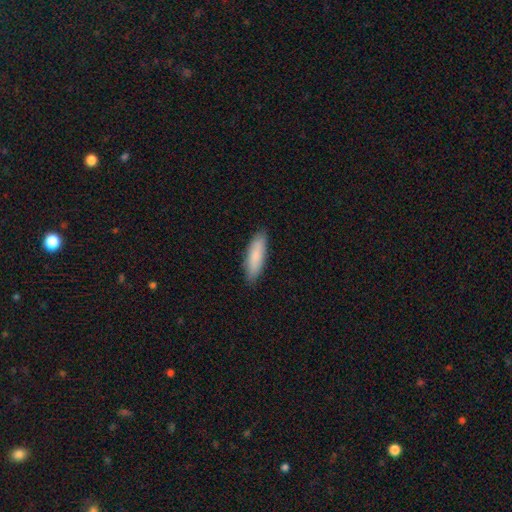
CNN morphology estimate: A smooth galaxy with no disk features (84%) that is cigar-shaped (59%). Merging: none (88%).